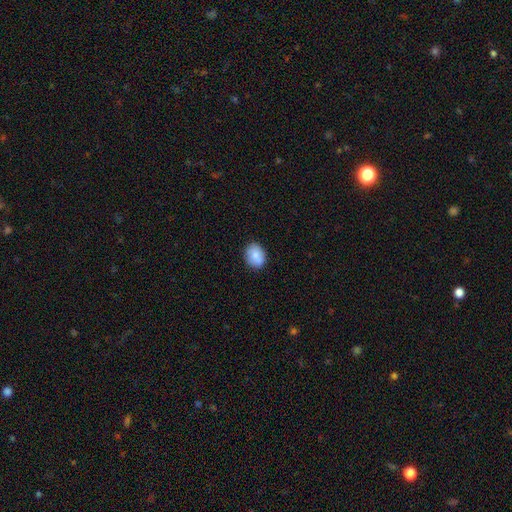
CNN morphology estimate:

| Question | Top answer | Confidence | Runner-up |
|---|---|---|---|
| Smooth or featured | smooth | 85% | featured or disk (8%) |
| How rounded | in between | 54% | round (45%) |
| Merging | none | 86% | minor disturbance (11%) |